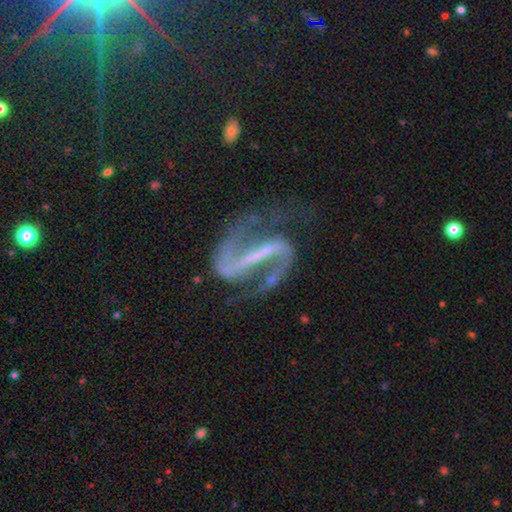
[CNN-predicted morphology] Q: Smooth or featured?
A: featured or disk (92%); runner-up: star or artifact (5%)
Q: Edge-on disk?
A: no (97%); runner-up: yes (3%)
Q: Bar?
A: strong (79%); runner-up: weak (15%)
Q: Spiral arms?
A: yes (97%); runner-up: no (3%)
Q: Spiral winding?
A: medium (51%); runner-up: loose (34%)
Q: Spiral arm count?
A: 2 (94%); runner-up: 1 (2%)
Q: Bulge size?
A: small (48%); runner-up: none (41%)
Q: Merging?
A: none (69%); runner-up: minor disturbance (15%)